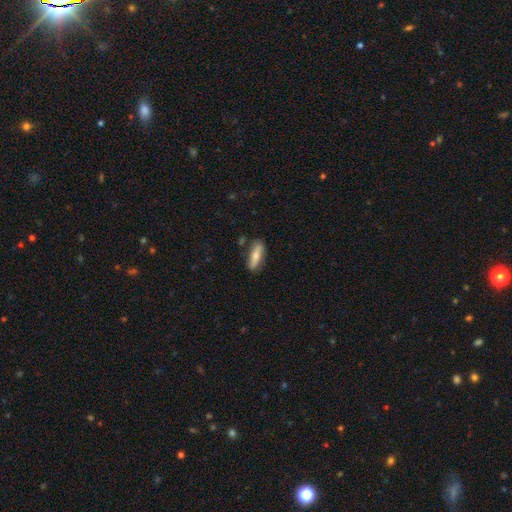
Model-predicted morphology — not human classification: Overall: smooth (63%; featured or disk 31%). How rounded: cigar-shaped (52%; in between 45%). Merging: none (78%).